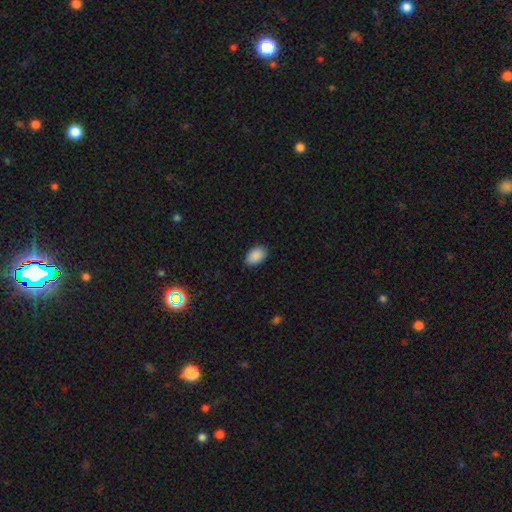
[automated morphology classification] smooth_or_featured: smooth (p=0.89) [alt: star or artifact p=0.07]
how_rounded: in between (p=0.90) [alt: round p=0.09]
merging: none (p=0.84) [alt: minor disturbance p=0.12]